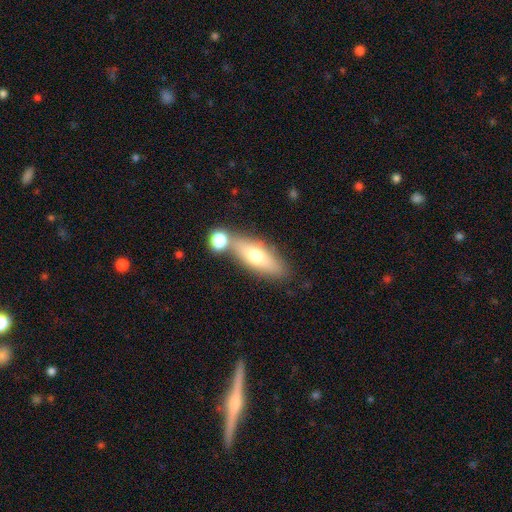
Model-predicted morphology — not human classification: smooth-or-featured: smooth: 63% | featured or disk: 30% | star or artifact: 7%
  how-rounded: in between: 56% | cigar-shaped: 40% | round: 4%
  merging: none: 63% | merger: 20% | minor disturbance: 13% | major disturbance: 4%